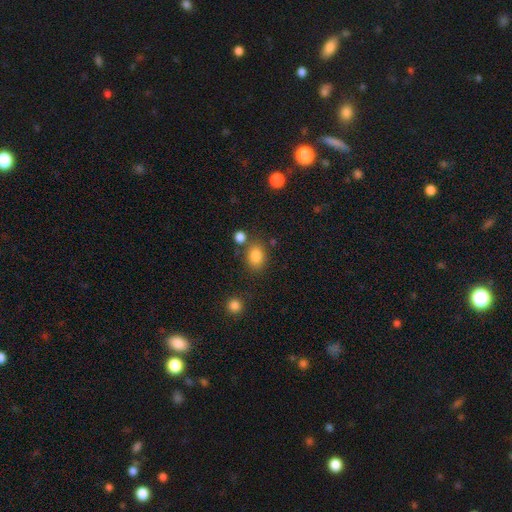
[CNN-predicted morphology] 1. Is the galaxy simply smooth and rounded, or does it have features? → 84% smooth, 11% star or artifact, 6% featured or disk.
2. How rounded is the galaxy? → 60% in between, 39% round, 1% cigar-shaped.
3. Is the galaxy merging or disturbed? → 72% none, 13% minor disturbance, 10% merger, 5% major disturbance.